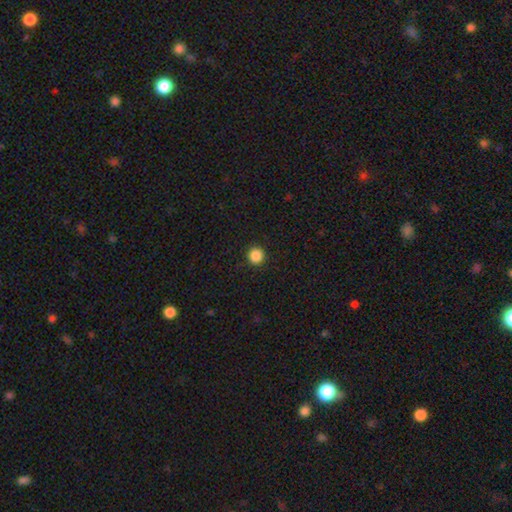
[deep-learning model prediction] Smooth or featured? Predicted: smooth (p=0.87). How rounded? Predicted: round (p=0.95). Merging? Predicted: none (p=0.92).